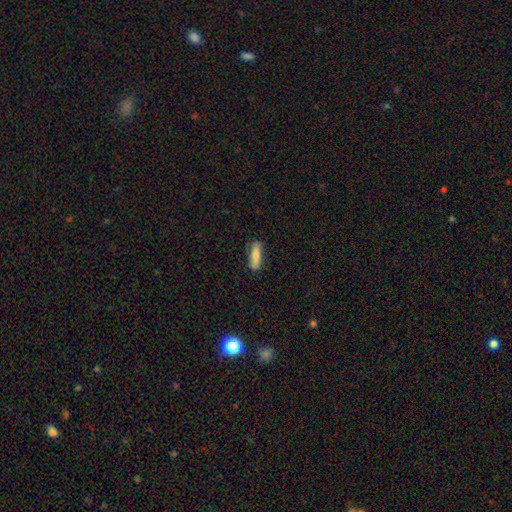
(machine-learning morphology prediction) Smooth or featured: smooth — 75% (featured or disk — 19%)
How rounded: cigar-shaped — 63% (in between — 35%)
Merging: none — 81% (minor disturbance — 15%)